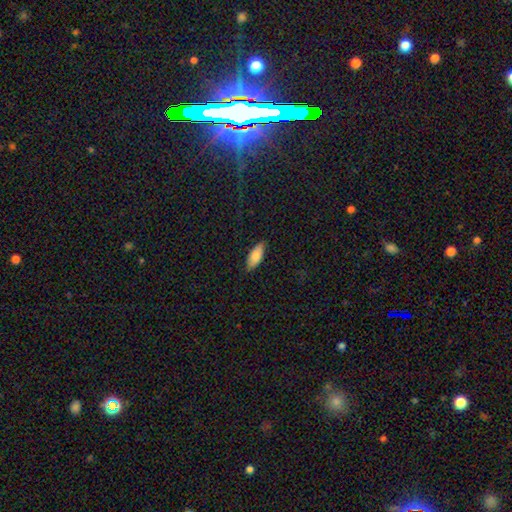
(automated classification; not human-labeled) Smooth or featured: smooth — 83% (featured or disk — 11%)
How rounded: in between — 80% (cigar-shaped — 18%)
Merging: none — 84% (minor disturbance — 12%)